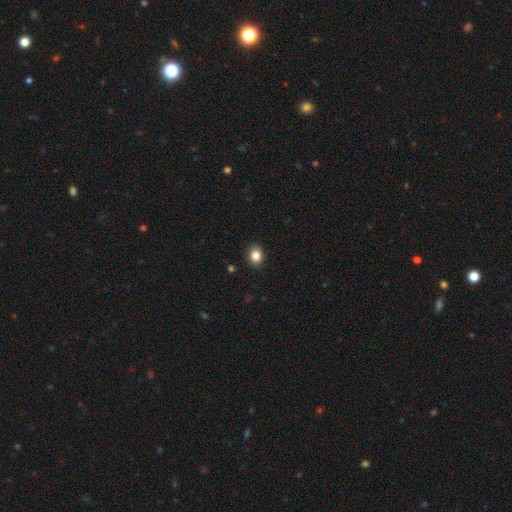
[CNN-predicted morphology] type=smooth (85%); roundness=round (54%); merging=none (89%).